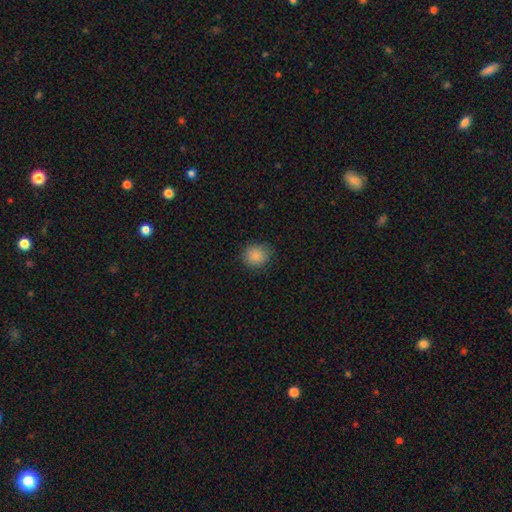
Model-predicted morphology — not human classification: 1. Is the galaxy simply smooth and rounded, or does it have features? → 86% smooth, 9% star or artifact, 4% featured or disk.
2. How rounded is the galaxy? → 83% round, 16% in between, 1% cigar-shaped.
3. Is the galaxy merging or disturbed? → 84% none, 12% minor disturbance, 3% major disturbance, 1% merger.